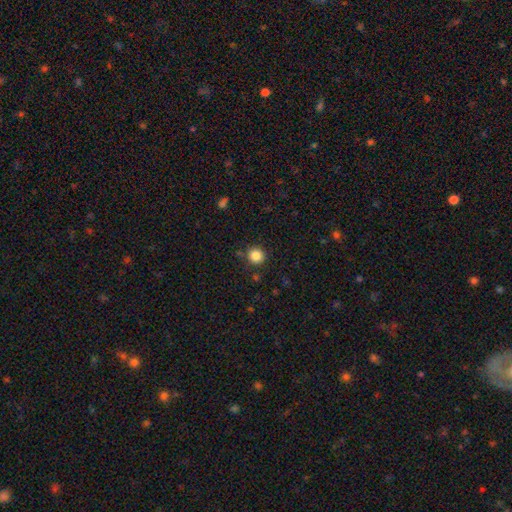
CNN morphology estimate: smooth 85%, star or artifact 11%, featured or disk 4%. Down the decision tree: how rounded — round (92%); merging — none (86%).